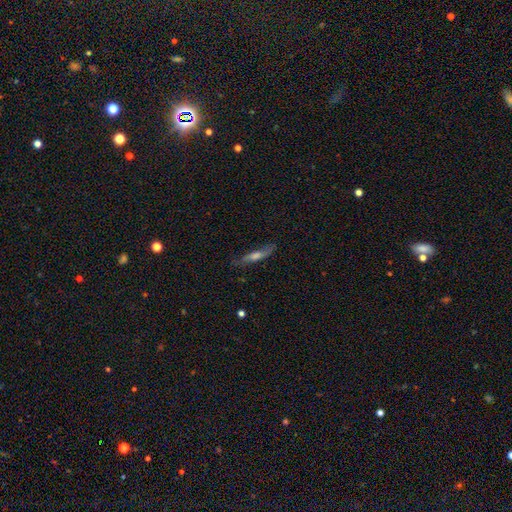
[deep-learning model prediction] Overall: featured or disk (52%; smooth 39%). Edge-on disk: yes (75%). Merging: none (73%).